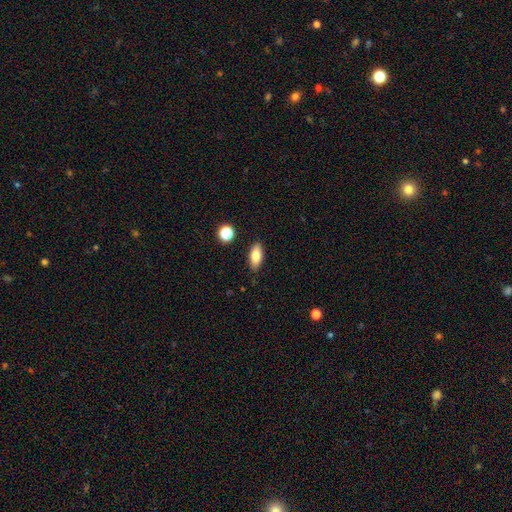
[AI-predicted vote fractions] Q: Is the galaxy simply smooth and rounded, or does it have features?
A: smooth — 82%.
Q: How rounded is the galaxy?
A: in between — 84%.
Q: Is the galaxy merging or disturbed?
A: none — 86%.